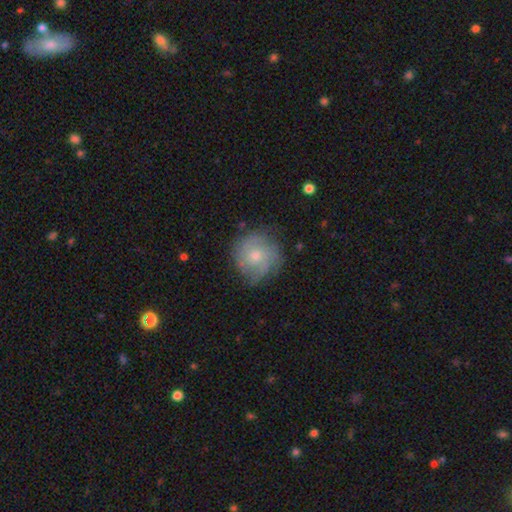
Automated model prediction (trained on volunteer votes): featured or disk 55%, smooth 37%, star or artifact 8%. Down the decision tree: edge-on disk — no (97%); bar — no (81%); spiral arms — yes (80%); bulge size — moderate (49%); merging — none (69%).